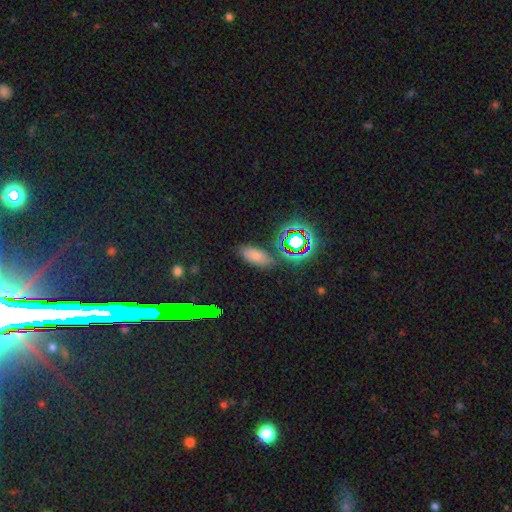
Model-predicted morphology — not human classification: A smooth galaxy with no disk features (65%) that is in between round and cigar-shaped (85%).

Vote fractions:
- Smooth or featured? smooth: 65% / star or artifact: 25% / featured or disk: 9%
- How rounded? in between: 85% / cigar-shaped: 9% / round: 6%
- Merging? none: 80% / minor disturbance: 12% / major disturbance: 4% / merger: 4%